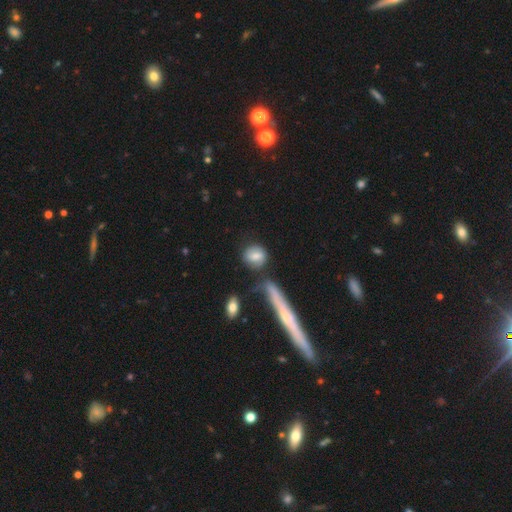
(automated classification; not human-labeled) Smooth or featured? Predicted: smooth (p=0.73). How rounded? Predicted: round (p=0.57). Merging? Predicted: none (p=0.69).